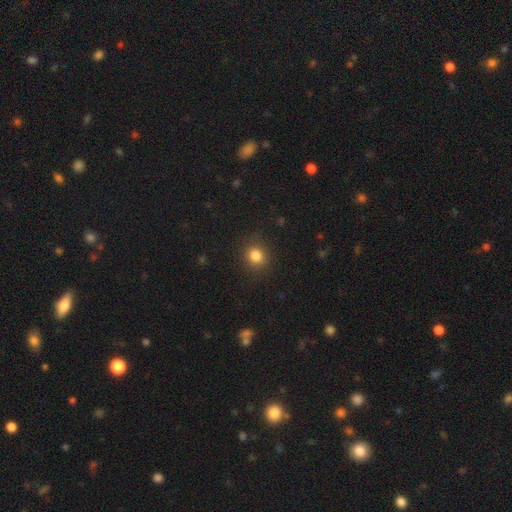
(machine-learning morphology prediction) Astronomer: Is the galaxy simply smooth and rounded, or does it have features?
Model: smooth — 83%.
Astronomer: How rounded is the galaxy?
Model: round — 75%.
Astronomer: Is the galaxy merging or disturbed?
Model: none — 88%.